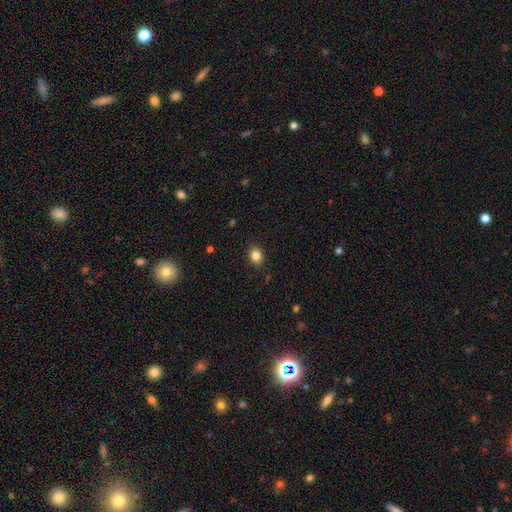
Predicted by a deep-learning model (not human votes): smooth 84%, star or artifact 10%, featured or disk 5%. Down the decision tree: how rounded — in between (53%); merging — none (89%).